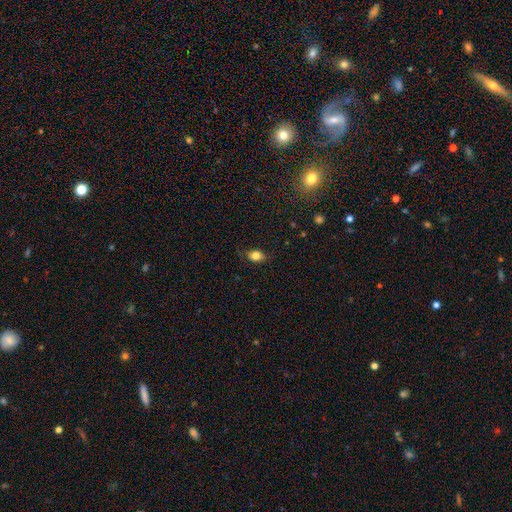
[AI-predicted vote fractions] Smooth or featured?
  - smooth: 80% *
  - featured or disk: 10%
  - star or artifact: 10%
How rounded?
  - in between: 73% *
  - round: 24%
  - cigar-shaped: 3%
Merging?
  - none: 74% *
  - minor disturbance: 19%
  - major disturbance: 5%
  - merger: 1%